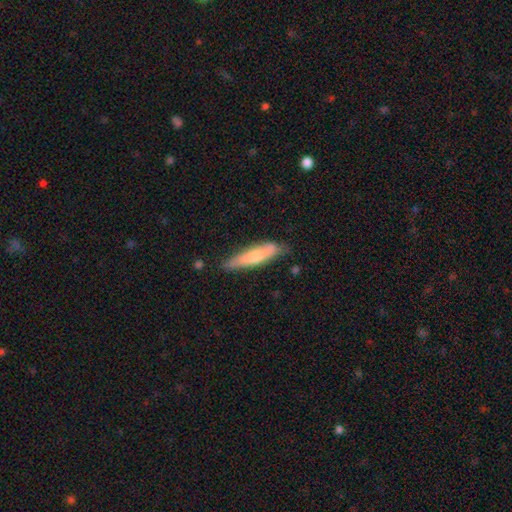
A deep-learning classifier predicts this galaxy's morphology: smooth 65%, featured or disk 29%, star or artifact 6%. Down the decision tree: how rounded — cigar-shaped (77%); merging — none (70%).